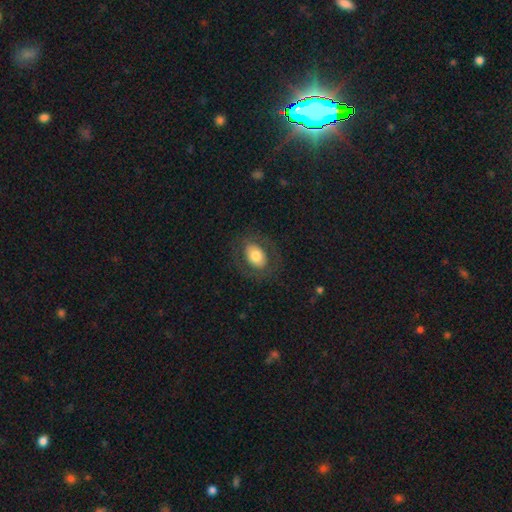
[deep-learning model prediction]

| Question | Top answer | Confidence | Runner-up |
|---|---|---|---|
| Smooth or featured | smooth | 68% | featured or disk (25%) |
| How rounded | in between | 77% | round (22%) |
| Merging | none | 79% | minor disturbance (12%) |